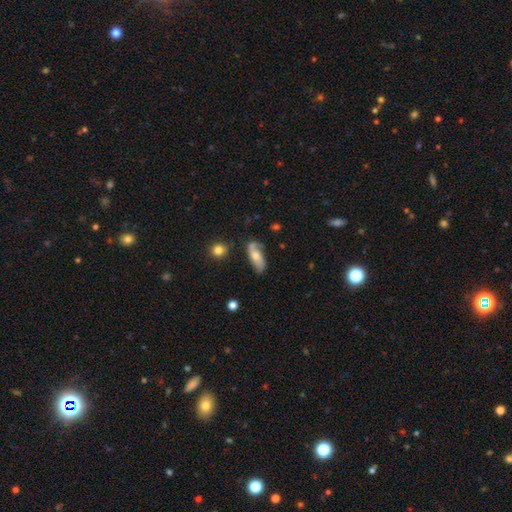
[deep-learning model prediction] The model was most divided on "smooth or featured": featured or disk: 51%, smooth: 41%, star or artifact: 7%. More confident: edge-on disk — no (87%); merging — none (52%).